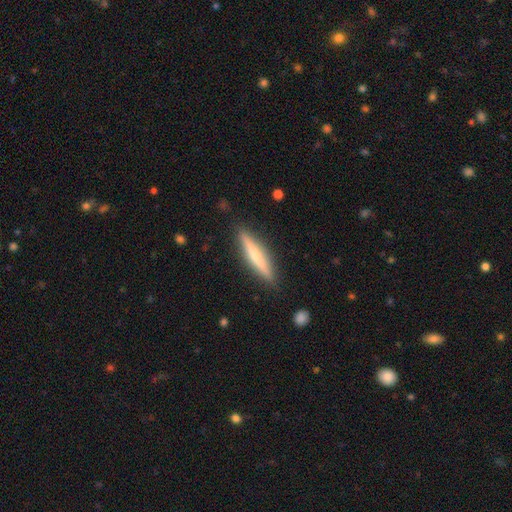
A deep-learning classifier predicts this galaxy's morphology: This is possibly a featured or disk galaxy (47%, tied with smooth). Merging: clearly none (90%).